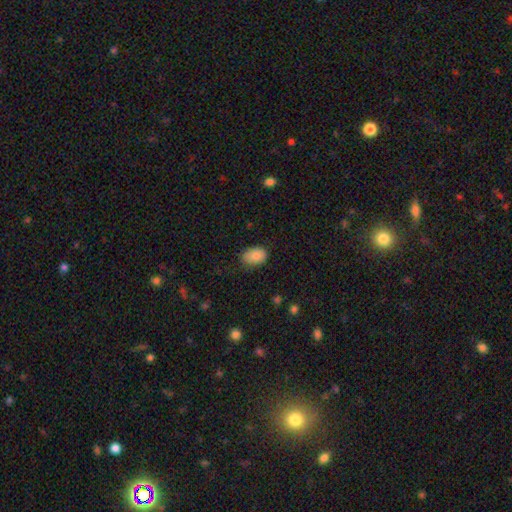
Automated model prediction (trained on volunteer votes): This appears to be a smooth galaxy with no disk features (84%) that is in between round and cigar-shaped (83%). Merging: none (76%).